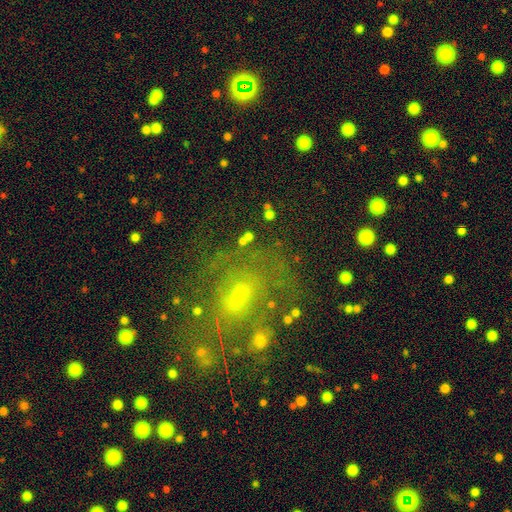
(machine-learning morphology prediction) Smooth or featured? featured or disk (41%)
Merging? none (68%)